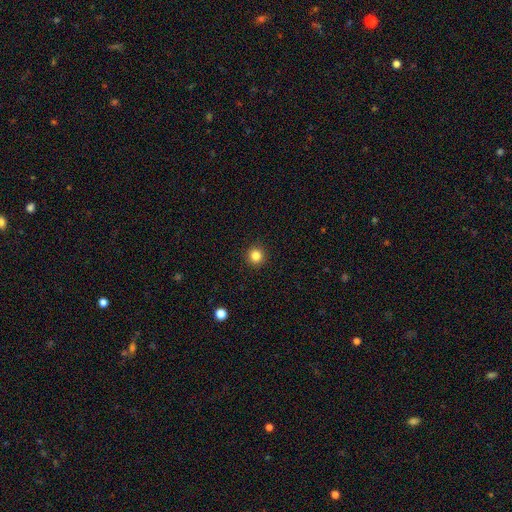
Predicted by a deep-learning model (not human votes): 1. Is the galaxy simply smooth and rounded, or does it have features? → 83% smooth, 12% star or artifact, 4% featured or disk.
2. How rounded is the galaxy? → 94% round, 5% in between, 1% cigar-shaped.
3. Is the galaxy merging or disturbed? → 93% none, 5% minor disturbance, 2% major disturbance, 1% merger.